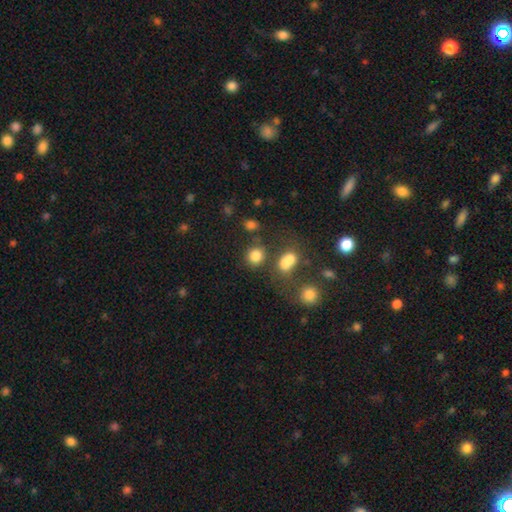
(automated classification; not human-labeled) Smooth or featured? smooth (81%)
How rounded? round (79%)
Merging? none (68%)